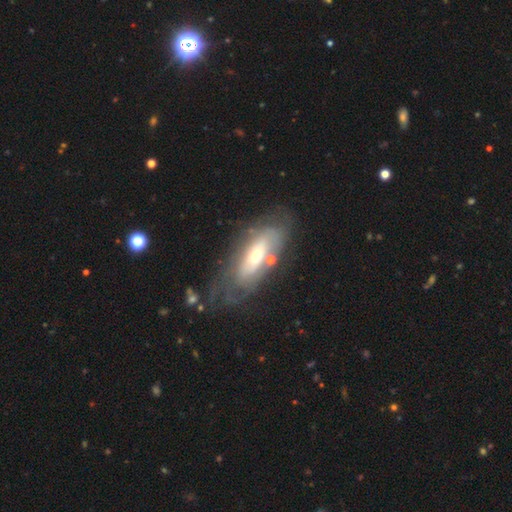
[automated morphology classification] This appears to be a featured or disk galaxy (68%) with no bar (66%), spiral arms (56%) and a moderate central bulge (56%). Merging: none (60%).